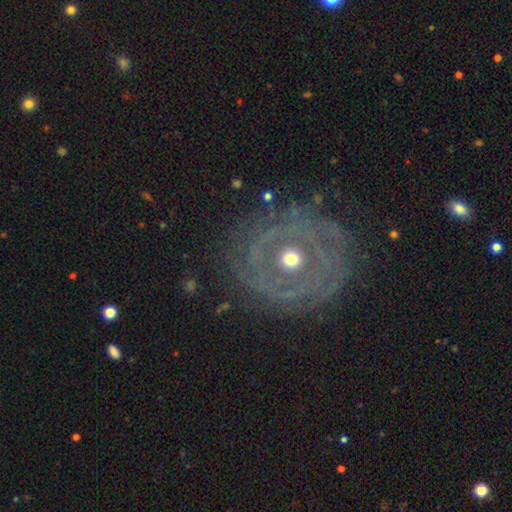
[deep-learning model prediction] Smooth or featured: featured or disk — 80% (smooth — 12%)
Edge-on disk: no — 96% (yes — 4%)
Bar: no — 75% (weak — 17%)
Spiral arms: yes — 70% (no — 30%)
Spiral winding: tight — 79% (medium — 15%)
Spiral arm count: can't tell — 41% (2 — 22%)
Bulge size: moderate — 63% (small — 32%)
Merging: none — 79% (minor disturbance — 13%)